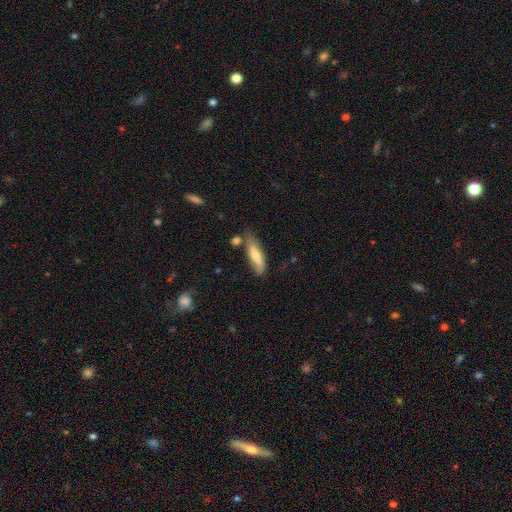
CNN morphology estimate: Overall: smooth (68%). How rounded: cigar-shaped (58%; in between 40%). Merging: none (60%; minor disturbance 25%).